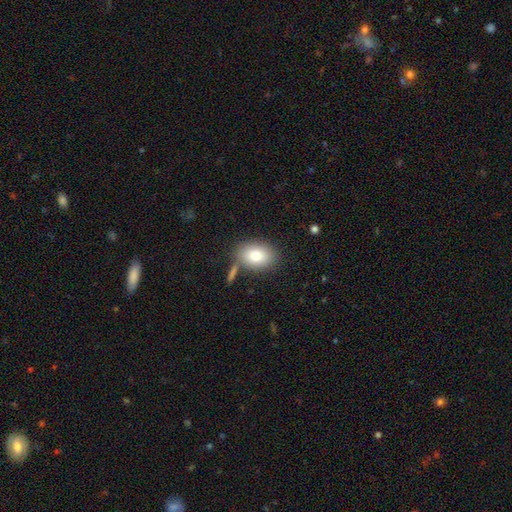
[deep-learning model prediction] smooth 79%, featured or disk 13%, star or artifact 8%. Down the decision tree: how rounded — in between (76%); merging — none (74%).